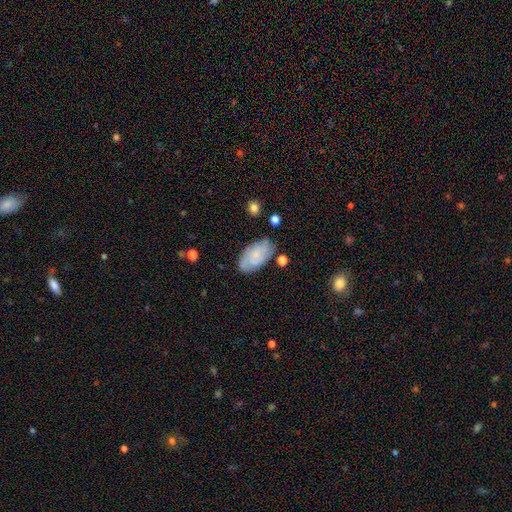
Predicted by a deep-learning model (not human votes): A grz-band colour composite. It shows a smooth galaxy with no disk features (55%) that is in between round and cigar-shaped (94%). Merging: none (74%).